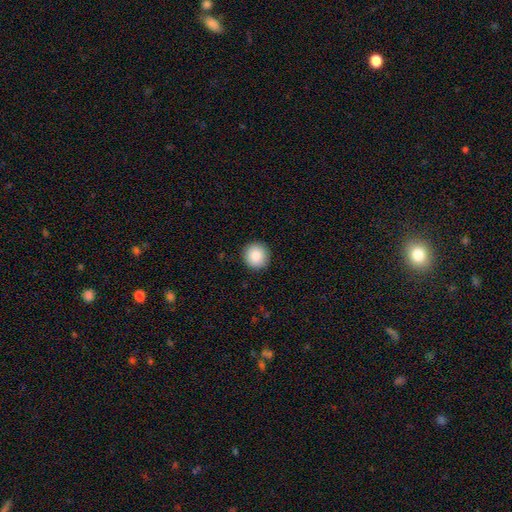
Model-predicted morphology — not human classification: Q: Smooth or featured?
A: smooth (87%); runner-up: star or artifact (8%)
Q: How rounded?
A: round (94%); runner-up: in between (5%)
Q: Merging?
A: none (92%); runner-up: minor disturbance (5%)